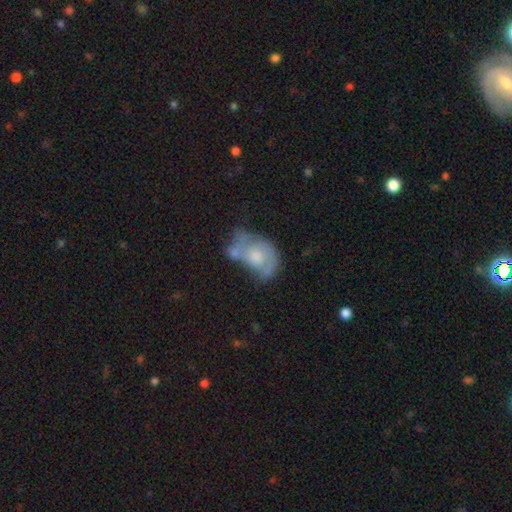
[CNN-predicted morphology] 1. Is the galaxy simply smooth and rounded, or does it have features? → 49% featured or disk, 43% smooth, 9% star or artifact.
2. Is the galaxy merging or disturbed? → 26% merger, 25% major disturbance, 25% none, 24% minor disturbance.